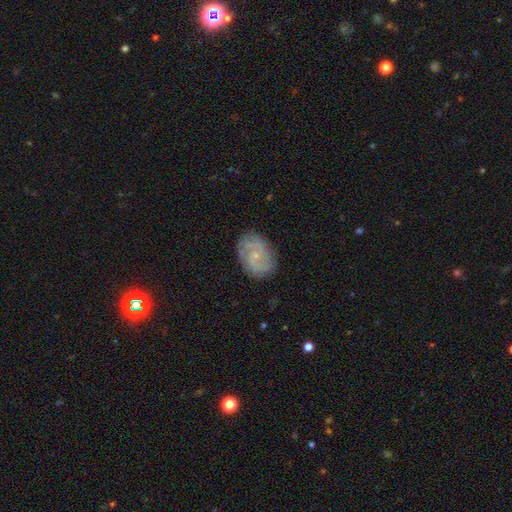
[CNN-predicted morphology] This is likely a featured or disk galaxy (70%). It is clearly not viewed edge-on (97%). Bar: likely no (62%). Spiral arm pattern: clearly yes (90%). Spiral arm count: possibly 2 (53%). Spiral winding: marginally medium (43%). Central bulge: likely small (78%). Merging: clearly none (81%).